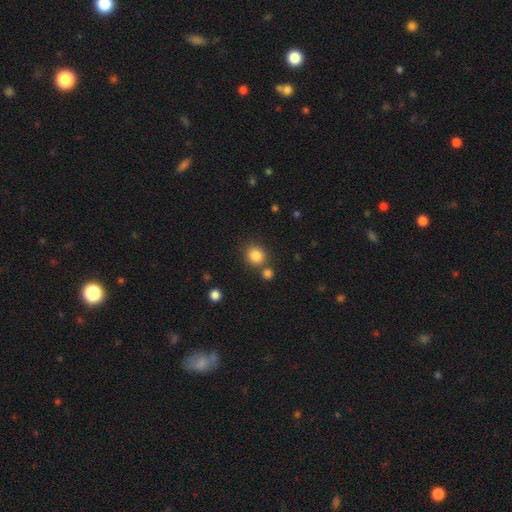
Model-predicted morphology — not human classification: Smooth or featured?
  - smooth: 84% *
  - star or artifact: 11%
  - featured or disk: 5%
How rounded?
  - round: 82% *
  - in between: 17%
  - cigar-shaped: 1%
Merging?
  - none: 71% *
  - merger: 17%
  - minor disturbance: 9%
  - major disturbance: 3%